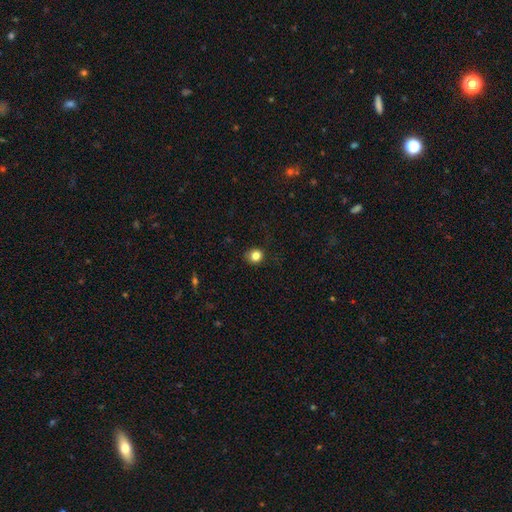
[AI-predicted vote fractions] This is clearly a smooth galaxy (83%). How rounded: clearly round (86%). Merging: clearly none (81%).